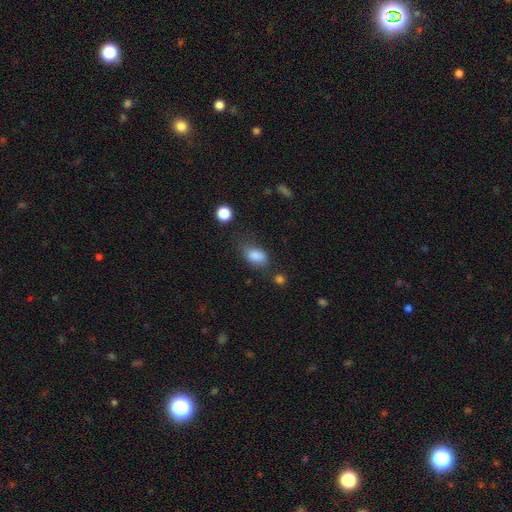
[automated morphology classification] Smooth or featured?
  - smooth: 85% *
  - star or artifact: 9%
  - featured or disk: 6%
How rounded?
  - in between: 86% *
  - round: 12%
  - cigar-shaped: 2%
Merging?
  - none: 58% *
  - minor disturbance: 26%
  - major disturbance: 11%
  - merger: 5%